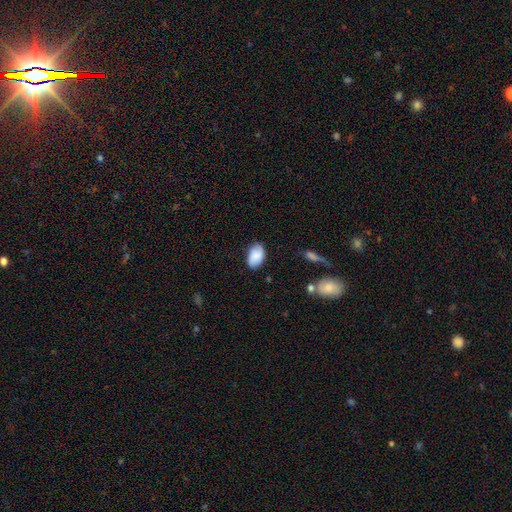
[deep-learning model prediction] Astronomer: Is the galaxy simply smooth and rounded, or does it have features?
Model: smooth — 78%.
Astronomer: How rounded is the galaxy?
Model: in between — 90%.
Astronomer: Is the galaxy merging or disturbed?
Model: none — 75%.